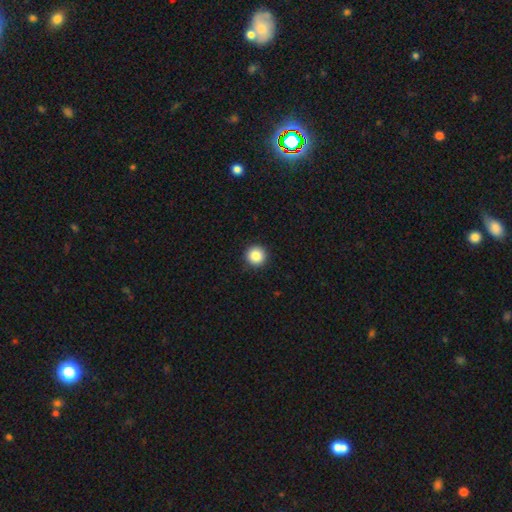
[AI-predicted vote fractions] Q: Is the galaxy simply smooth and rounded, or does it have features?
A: smooth — 85%.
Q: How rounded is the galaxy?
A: round — 96%.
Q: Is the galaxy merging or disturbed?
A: none — 93%.